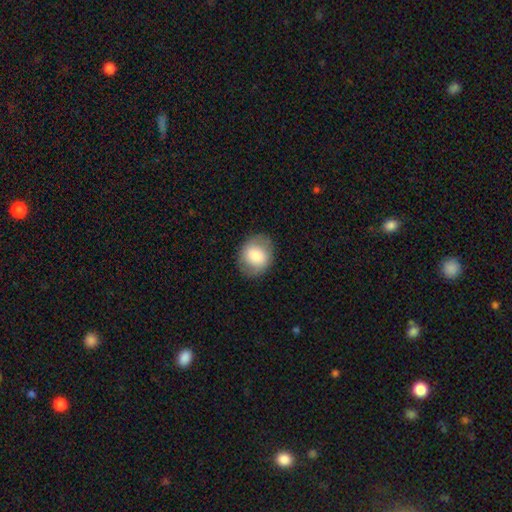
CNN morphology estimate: The model was most divided on "how rounded": round: 63%, in between: 36%, cigar-shaped: 1%. More confident: merging — none (84%); smooth or featured — smooth (71%).